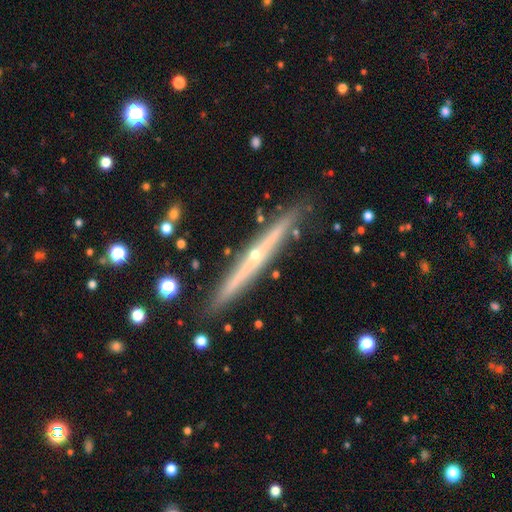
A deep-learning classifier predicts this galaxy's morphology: featured or disk 79%, smooth 16%, star or artifact 6%. Down the decision tree: edge-on disk — yes (97%); edge-on bulge — rounded (69%); merging — none (89%).